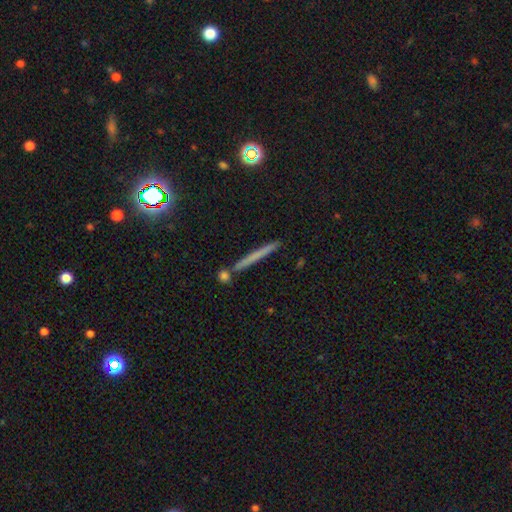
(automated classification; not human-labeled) smooth_or_featured: smooth (p=0.52) [alt: featured or disk p=0.36]
how_rounded: cigar-shaped (p=0.95) [alt: round p=0.02]
merging: none (p=0.83) [alt: minor disturbance p=0.08]